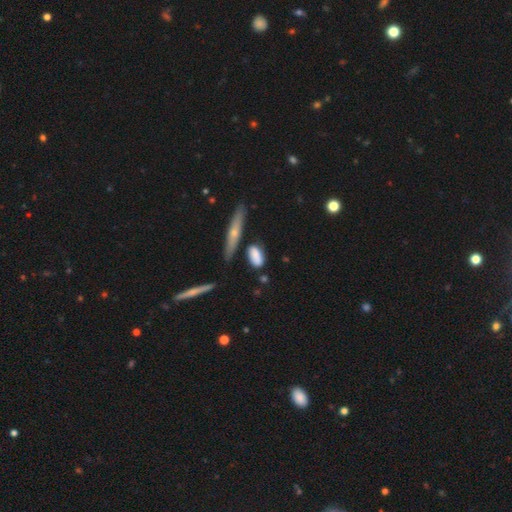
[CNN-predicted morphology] A smooth galaxy with no disk features (79%) that is in between round and cigar-shaped (78%). Merging: none (65%).